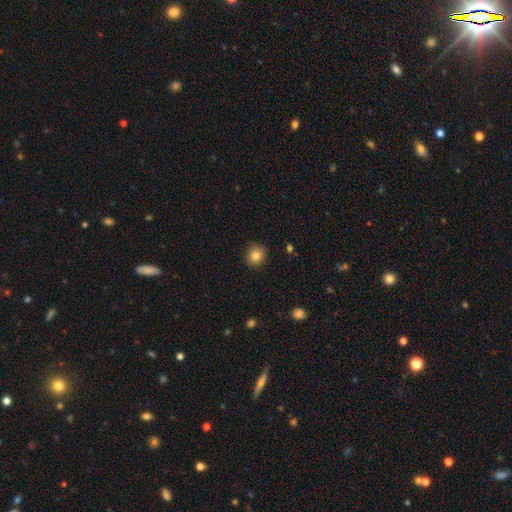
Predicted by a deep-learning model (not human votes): The model was most divided on "how rounded": round: 86%, in between: 13%, cigar-shaped: 1%. More confident: merging — none (89%); smooth or featured — smooth (83%).